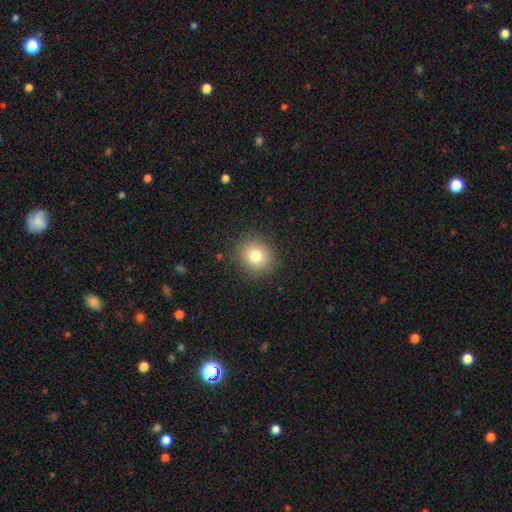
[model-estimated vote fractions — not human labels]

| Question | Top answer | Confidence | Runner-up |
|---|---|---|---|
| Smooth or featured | smooth | 79% | star or artifact (12%) |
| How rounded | round | 88% | in between (11%) |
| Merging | none | 89% | minor disturbance (7%) |